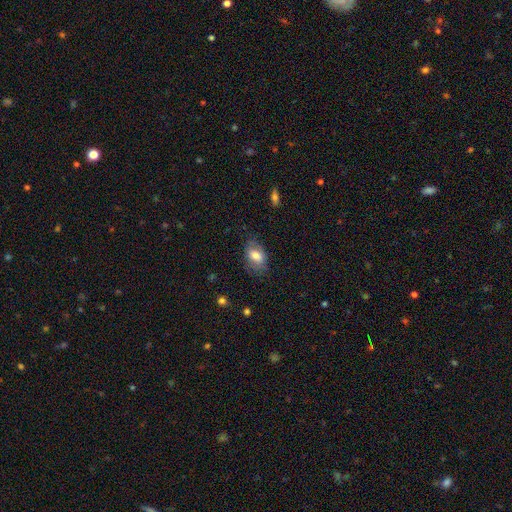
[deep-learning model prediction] smooth_or_featured: smooth (p=0.69) [alt: featured or disk p=0.23]
how_rounded: in between (p=0.86) [alt: round p=0.12]
merging: none (p=0.67) [alt: minor disturbance p=0.23]